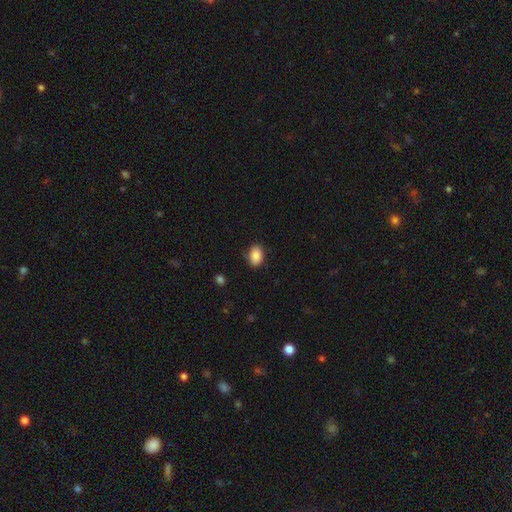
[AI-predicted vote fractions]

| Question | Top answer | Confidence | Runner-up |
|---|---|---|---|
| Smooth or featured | smooth | 89% | star or artifact (7%) |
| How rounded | in between | 83% | round (16%) |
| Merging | none | 86% | minor disturbance (11%) |